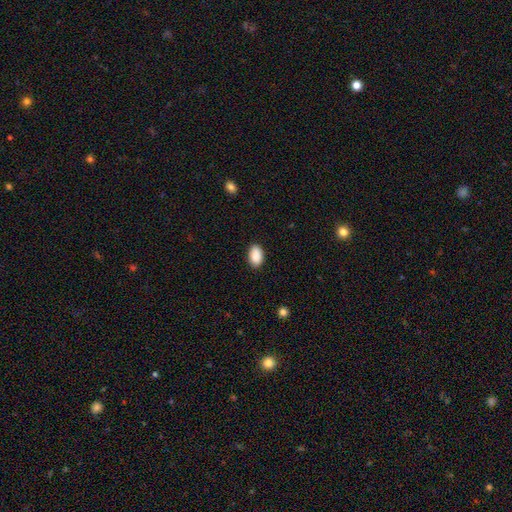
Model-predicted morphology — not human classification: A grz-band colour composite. It shows a smooth galaxy with no disk features (90%) that is in between round and cigar-shaped (92%). Merging: none (88%).